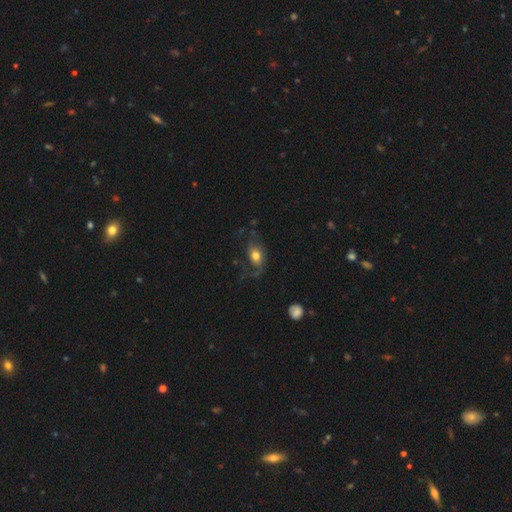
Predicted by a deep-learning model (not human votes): A smooth galaxy with no disk features (57%) that is in between round and cigar-shaped (74%). Merging: none (44%).